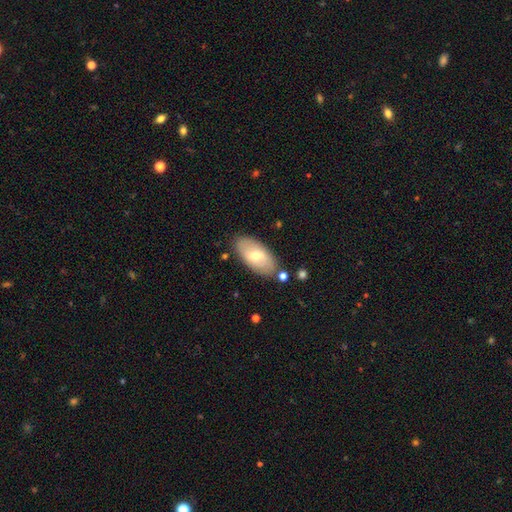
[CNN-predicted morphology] smooth_or_featured: smooth (p=0.56) [alt: featured or disk p=0.38]
how_rounded: in between (p=0.93) [alt: cigar-shaped p=0.04]
merging: none (p=0.82) [alt: minor disturbance p=0.12]